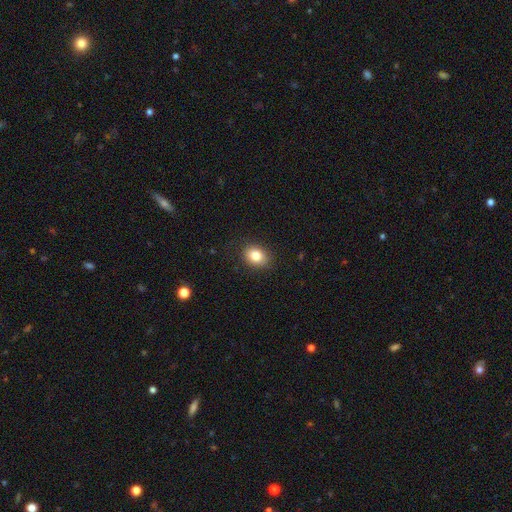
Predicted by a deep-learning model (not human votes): Smooth or featured: smooth — 83% (star or artifact — 10%)
How rounded: in between — 60% (round — 39%)
Merging: none — 87% (minor disturbance — 9%)